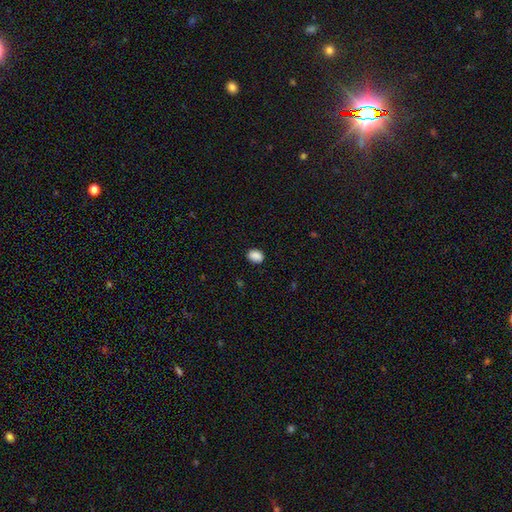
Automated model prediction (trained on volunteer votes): This appears to be a smooth galaxy with no disk features (89%) that is in between round and cigar-shaped (72%). Merging: none (87%).